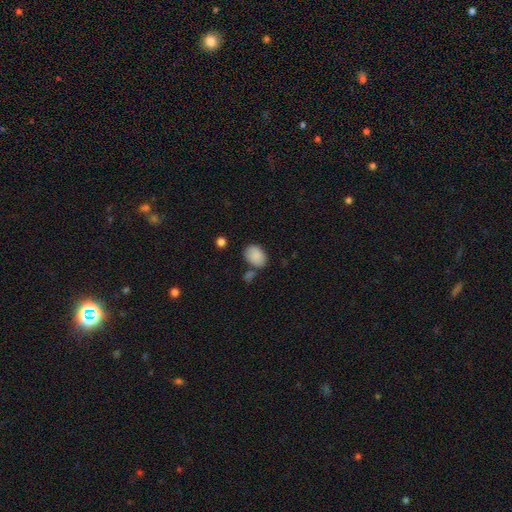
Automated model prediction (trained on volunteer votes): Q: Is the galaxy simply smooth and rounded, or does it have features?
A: smooth — 87%.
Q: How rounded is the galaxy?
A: in between — 76%.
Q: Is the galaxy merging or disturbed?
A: none — 65%.